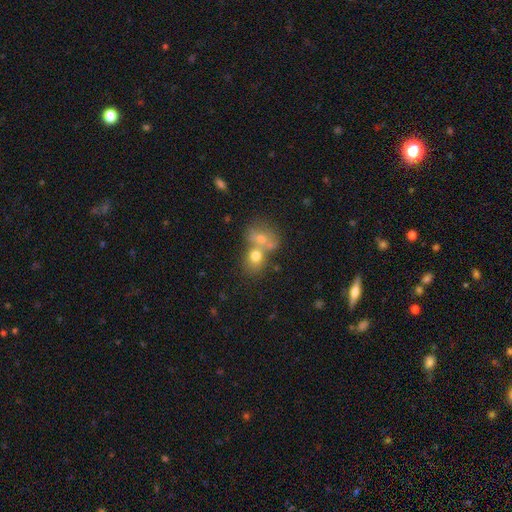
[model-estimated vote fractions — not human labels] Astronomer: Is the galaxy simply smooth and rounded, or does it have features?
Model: smooth — 69%.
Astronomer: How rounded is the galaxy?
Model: round — 52% (runner-up: in between, 47%).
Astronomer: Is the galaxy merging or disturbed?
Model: merger — 60%.